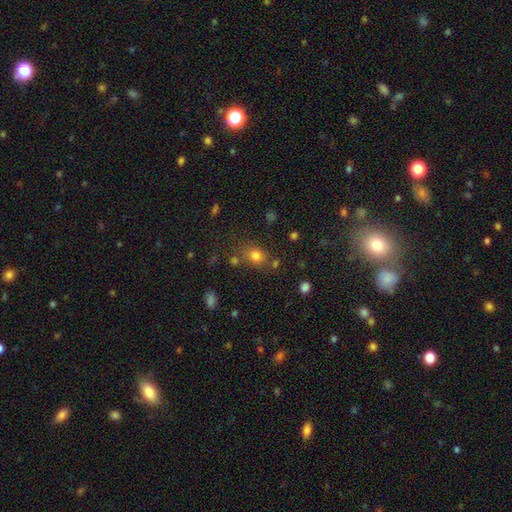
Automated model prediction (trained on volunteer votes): This appears to be a smooth galaxy with no disk features (75%) that is round (59%). Merging: none (69%).